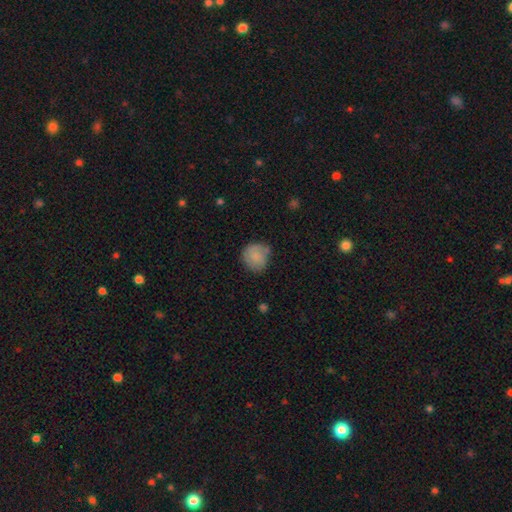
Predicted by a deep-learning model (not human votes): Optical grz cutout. It shows a smooth galaxy with no disk features (80%) that is round (85%). Merging: none (61%).